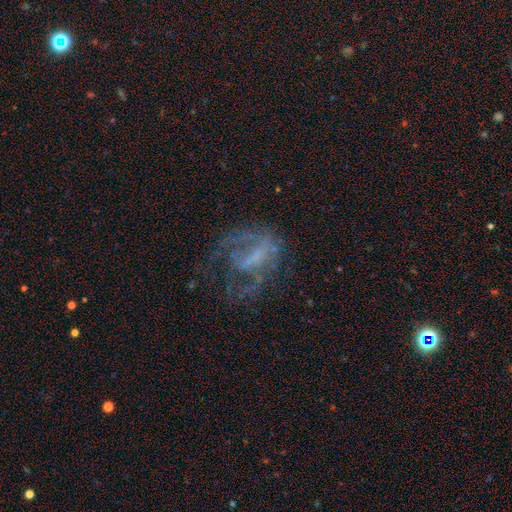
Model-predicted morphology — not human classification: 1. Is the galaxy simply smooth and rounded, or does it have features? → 64% featured or disk, 19% smooth, 16% star or artifact.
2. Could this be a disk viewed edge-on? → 96% no, 4% yes.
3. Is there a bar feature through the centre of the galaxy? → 51% no, 32% weak, 17% strong.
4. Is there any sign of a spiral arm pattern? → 51% no, 49% yes.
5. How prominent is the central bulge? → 55% none, 25% small, 14% moderate, 4% large, 1% dominant.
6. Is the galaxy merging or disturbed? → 43% major disturbance, 37% none, 17% minor disturbance, 3% merger.